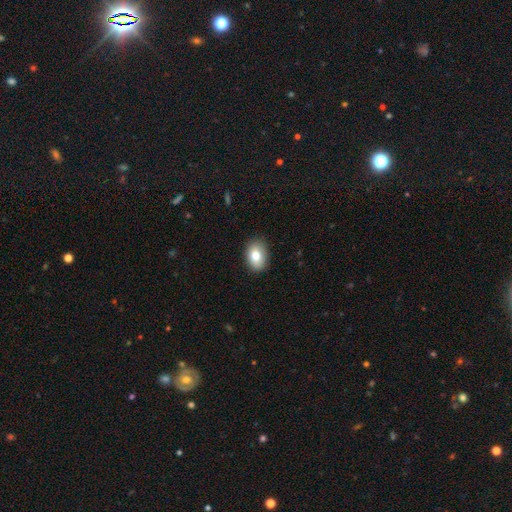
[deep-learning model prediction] Morphology: type=smooth (78%); roundness=in between (81%); merging=none (88%).